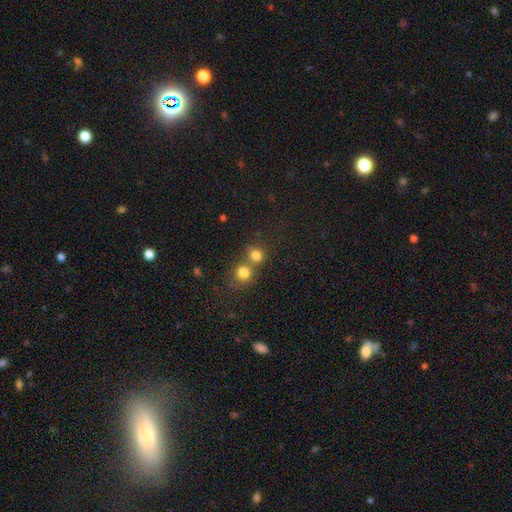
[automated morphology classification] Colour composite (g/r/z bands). It shows a smooth galaxy with no disk features (78%) that is round (83%). Merging: none (48%).